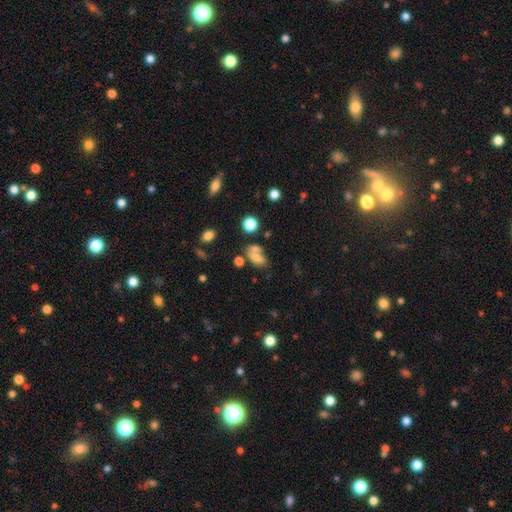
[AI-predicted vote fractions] Smooth or featured?
  - smooth: 67% *
  - featured or disk: 19%
  - star or artifact: 14%
How rounded?
  - in between: 81% *
  - round: 13%
  - cigar-shaped: 5%
Merging?
  - none: 38% * (tied)
  - merger: 38% * (tied)
  - minor disturbance: 15%
  - major disturbance: 9%